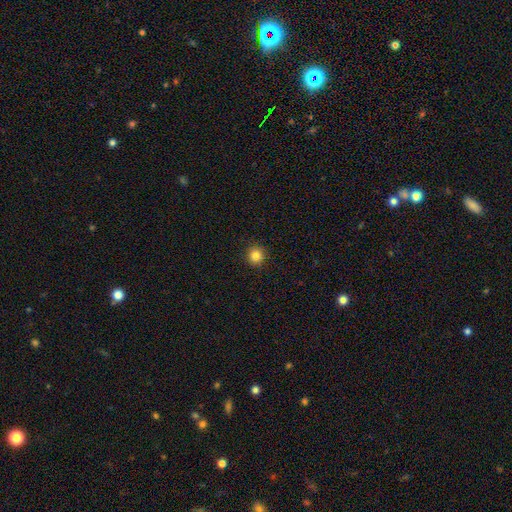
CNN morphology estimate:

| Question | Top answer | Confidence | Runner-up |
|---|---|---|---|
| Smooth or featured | smooth | 84% | star or artifact (12%) |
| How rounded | round | 93% | in between (6%) |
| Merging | none | 93% | minor disturbance (5%) |